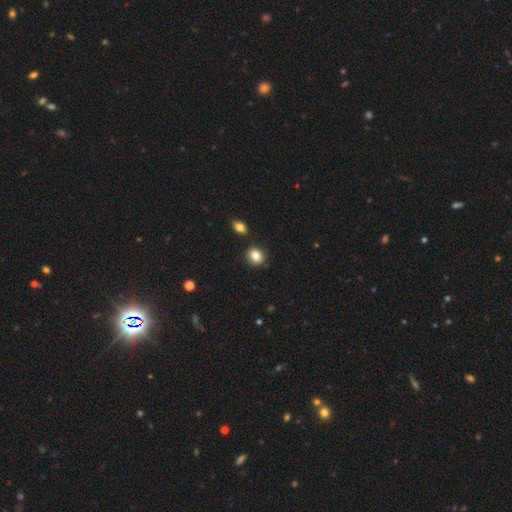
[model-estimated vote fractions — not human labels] smooth_or_featured: smooth (p=0.84) [alt: star or artifact p=0.09]
how_rounded: round (p=0.62) [alt: in between p=0.37]
merging: none (p=0.83) [alt: minor disturbance p=0.10]